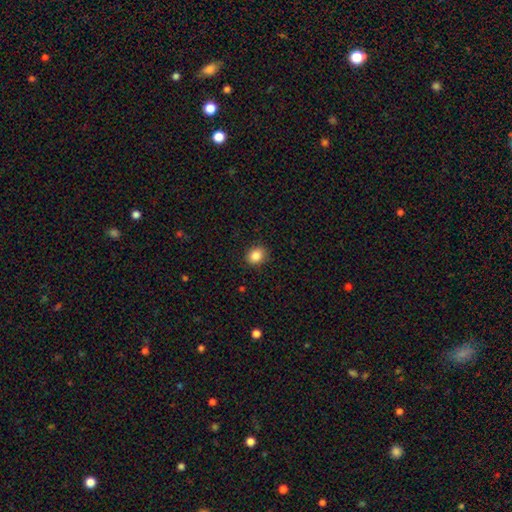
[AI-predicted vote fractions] A smooth galaxy with no disk features (86%) that is round (65%). Merging: none (88%).